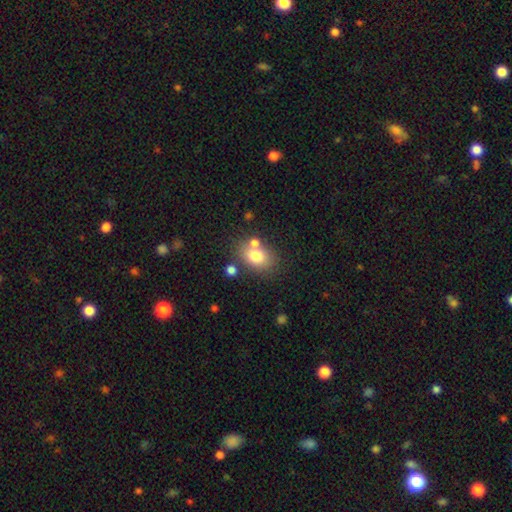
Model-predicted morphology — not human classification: smooth_or_featured: smooth (p=0.75) [alt: featured or disk p=0.14]
how_rounded: in between (p=0.64) [alt: round p=0.35]
merging: none (p=0.64) [alt: merger p=0.17]